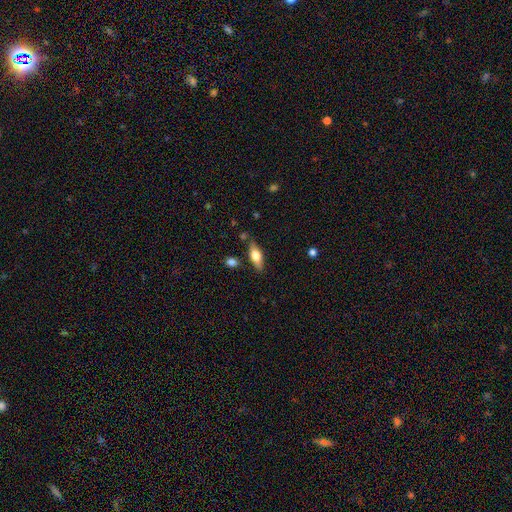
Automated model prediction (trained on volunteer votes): This appears to be a smooth galaxy with no disk features (53%) that is in between round and cigar-shaped (66%). Merging: none (79%).